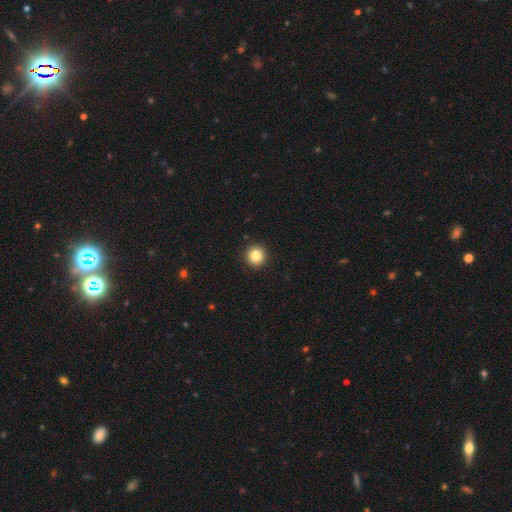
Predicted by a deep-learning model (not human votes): Smooth or featured? smooth (84%)
How rounded? round (94%)
Merging? none (93%)